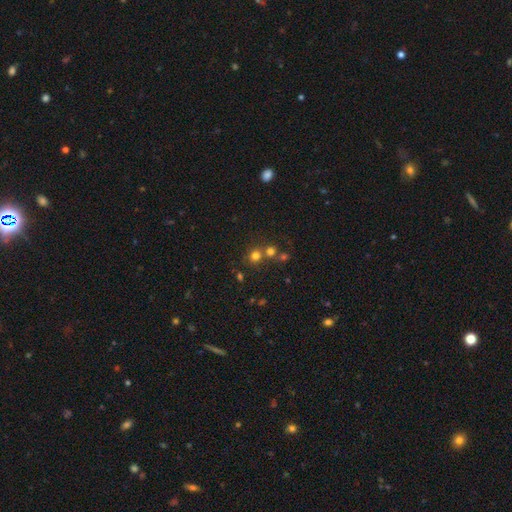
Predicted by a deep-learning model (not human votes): A smooth galaxy with no disk features (70%) that is round (86%). Merging: none (58%).